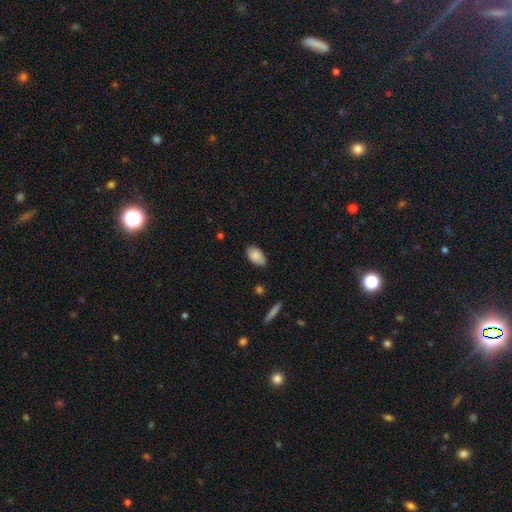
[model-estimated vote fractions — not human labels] smooth-or-featured: smooth: 86% | star or artifact: 7% | featured or disk: 7%
  how-rounded: in between: 94% | round: 4% | cigar-shaped: 2%
  merging: none: 79% | minor disturbance: 17% | major disturbance: 3% | merger: 1%